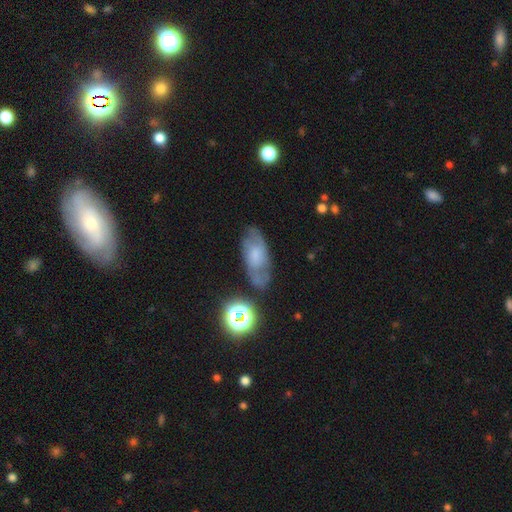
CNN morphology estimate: Overall: featured or disk (51%; smooth 37%). Edge-on disk: no (89%). Merging: none (66%).